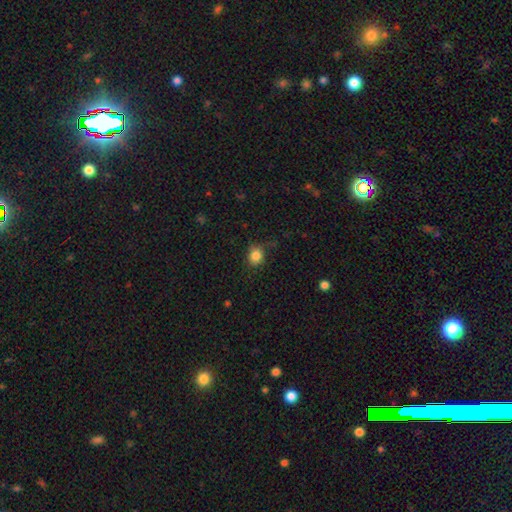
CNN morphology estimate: A smooth galaxy with no disk features (84%) that is round (67%).

Vote fractions:
- Smooth or featured? smooth: 84% / star or artifact: 11% / featured or disk: 5%
- How rounded? round: 67% / in between: 32% / cigar-shaped: 1%
- Merging? none: 75% / minor disturbance: 19% / major disturbance: 5% / merger: 1%